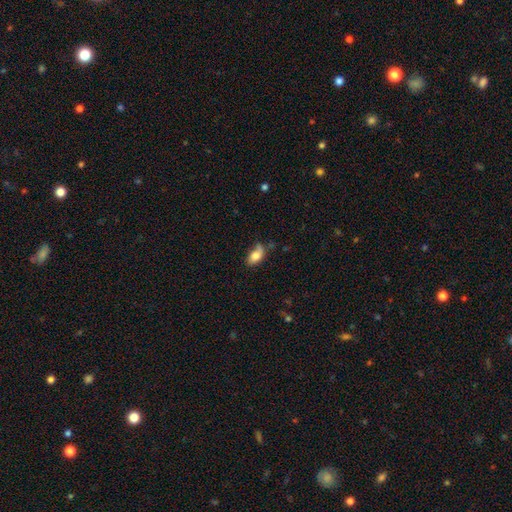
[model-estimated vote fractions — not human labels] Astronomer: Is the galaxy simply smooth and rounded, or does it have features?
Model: smooth — 78%.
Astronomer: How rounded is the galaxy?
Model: in between — 90%.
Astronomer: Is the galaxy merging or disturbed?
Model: none — 47% (runner-up: minor disturbance, 35%).